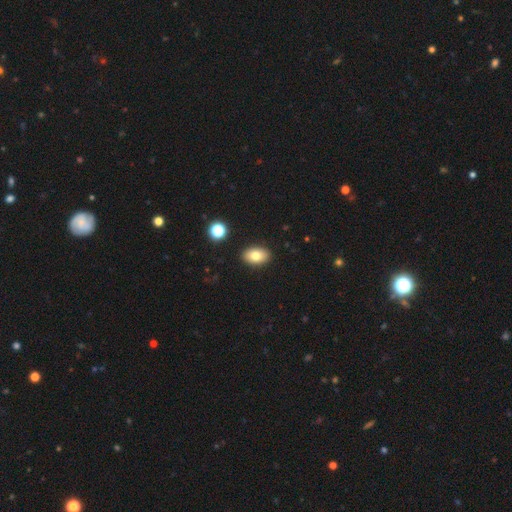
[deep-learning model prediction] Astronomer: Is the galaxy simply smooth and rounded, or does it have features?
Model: smooth — 79%.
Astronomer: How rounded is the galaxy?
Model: in between — 88%.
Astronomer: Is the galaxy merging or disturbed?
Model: none — 89%.